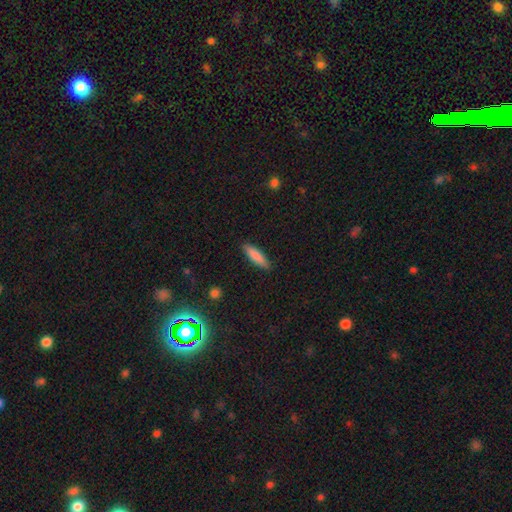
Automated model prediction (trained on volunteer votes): This appears to be a smooth galaxy with no disk features (83%) that is cigar-shaped (75%). Merging: none (89%).